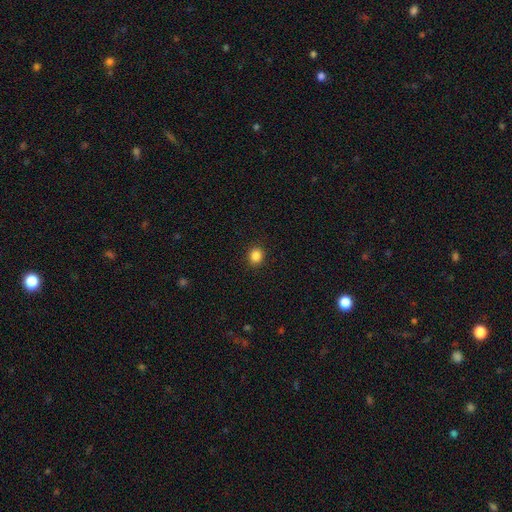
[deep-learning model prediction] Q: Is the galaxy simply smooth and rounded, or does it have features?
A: smooth — 86%.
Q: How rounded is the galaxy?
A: round — 77%.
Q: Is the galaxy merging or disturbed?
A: none — 91%.